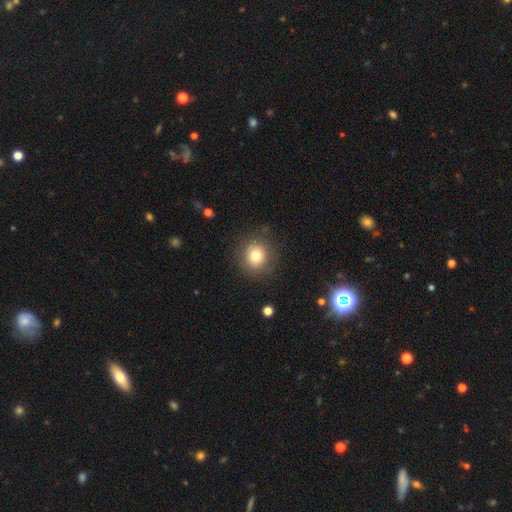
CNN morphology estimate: Smooth or featured? smooth (77%)
How rounded? round (88%)
Merging? none (85%)